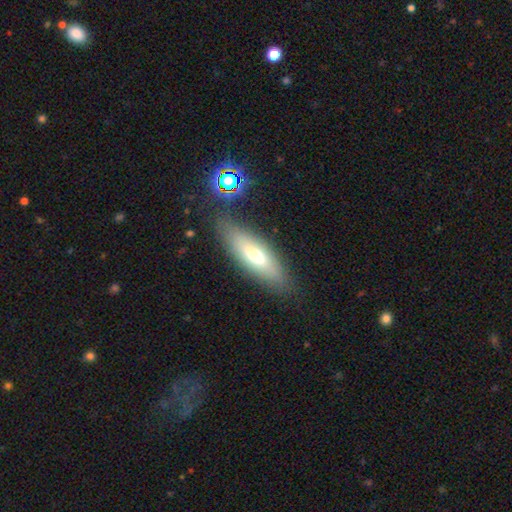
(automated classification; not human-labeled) smooth-or-featured: smooth: 60% | featured or disk: 32% | star or artifact: 8%
  how-rounded: in between: 56% | cigar-shaped: 42% | round: 2%
  merging: none: 74% | minor disturbance: 16% | major disturbance: 6% | merger: 4%